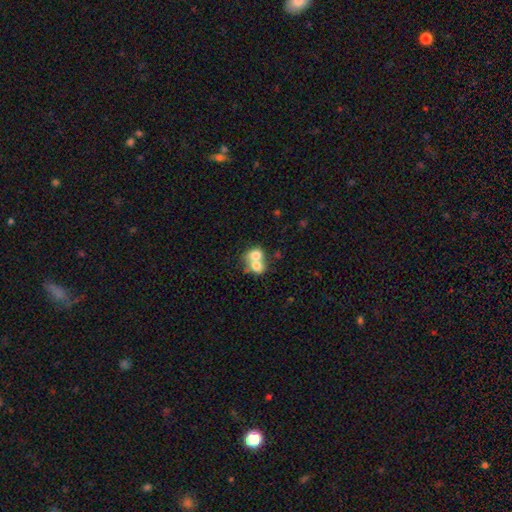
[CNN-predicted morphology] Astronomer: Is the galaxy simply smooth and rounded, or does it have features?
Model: smooth — 71%.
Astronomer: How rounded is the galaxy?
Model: round — 59% (runner-up: in between, 40%).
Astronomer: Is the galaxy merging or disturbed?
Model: merger — 73%.